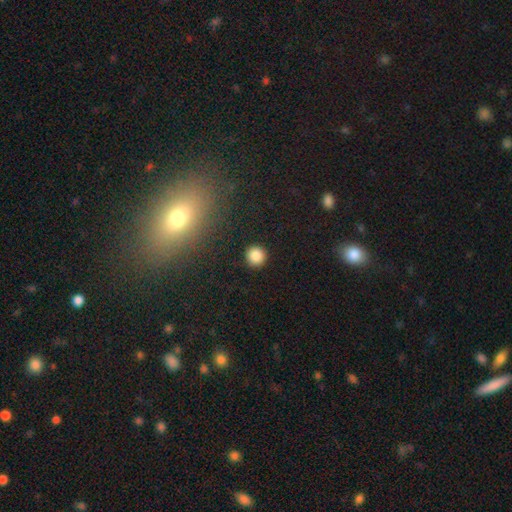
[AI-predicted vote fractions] Overall: smooth (85%). How rounded: round (95%). Merging: none (91%).